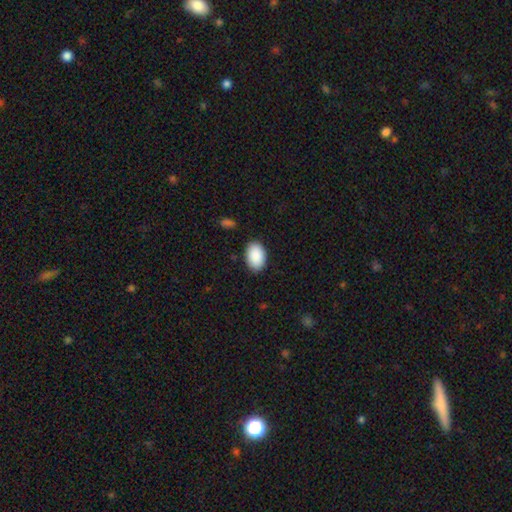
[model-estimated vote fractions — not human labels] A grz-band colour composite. It shows a smooth galaxy with no disk features (91%) that is in between round and cigar-shaped (91%). Merging: none (87%).